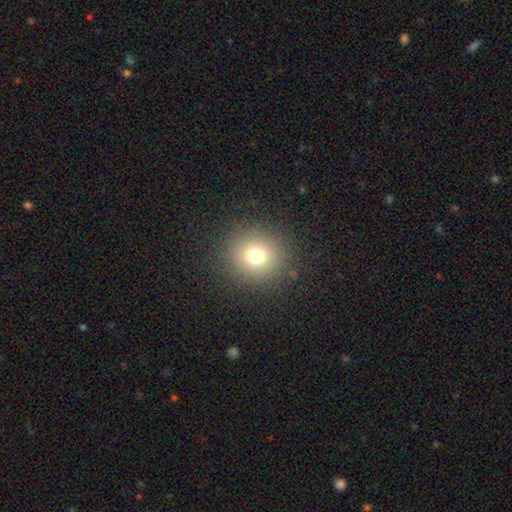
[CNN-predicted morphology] smooth-or-featured: smooth: 73% | star or artifact: 17% | featured or disk: 10%
  how-rounded: round: 90% | in between: 9% | cigar-shaped: 1%
  merging: none: 89% | minor disturbance: 7% | major disturbance: 4% | merger: 1%